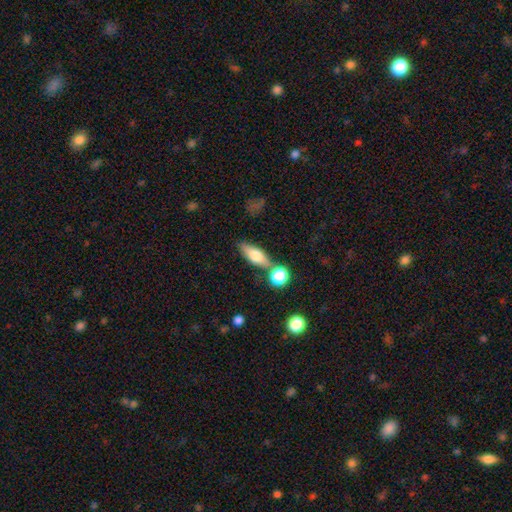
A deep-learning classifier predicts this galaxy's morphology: This appears to be a smooth galaxy with no disk features (65%) that is in between round and cigar-shaped (65%). Merging: none (68%).